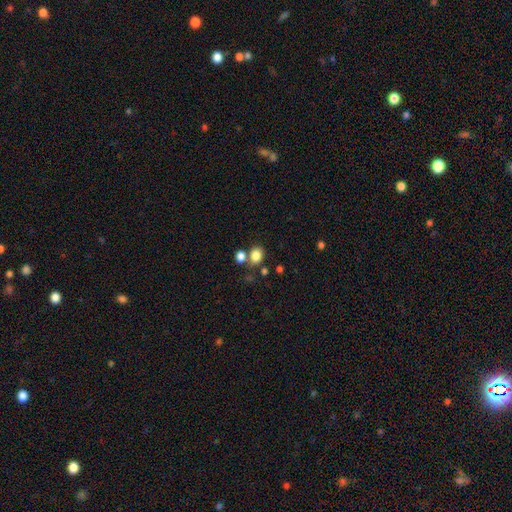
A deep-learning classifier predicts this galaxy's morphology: Smooth or featured? smooth (83%)
How rounded? in between (50%)
Merging? none (60%)